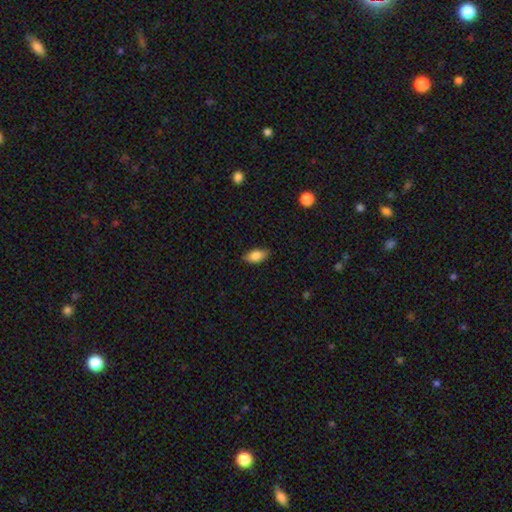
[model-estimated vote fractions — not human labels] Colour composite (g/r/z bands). It shows a smooth galaxy with no disk features (84%) that is in between round and cigar-shaped (89%). Merging: none (84%).